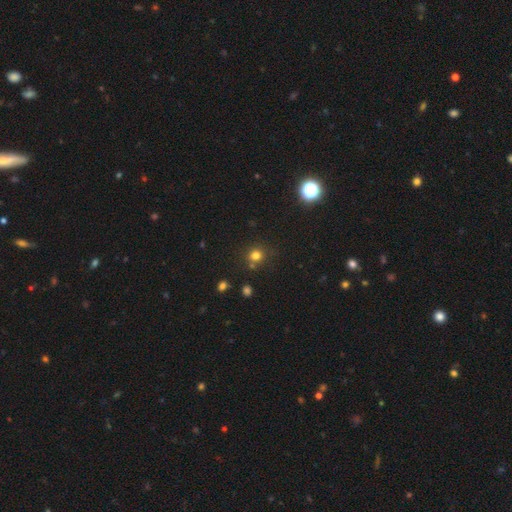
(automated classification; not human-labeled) Smooth or featured: smooth — 76% (star or artifact — 18%)
How rounded: round — 89% (in between — 10%)
Merging: none — 75% (merger — 11%)